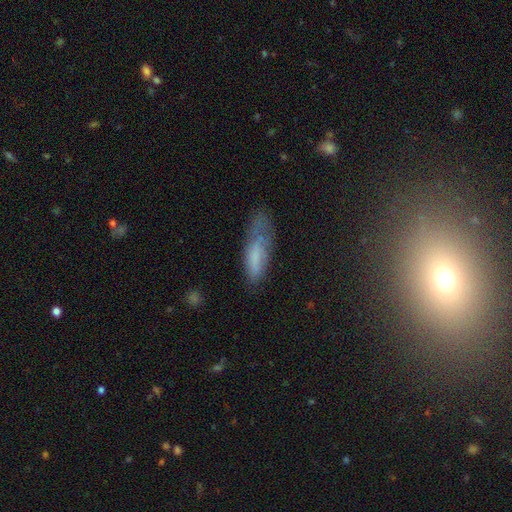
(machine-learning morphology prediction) A smooth galaxy with no disk features (65%) that is cigar-shaped (55%).

Vote fractions:
- Smooth or featured? smooth: 65% / featured or disk: 24% / star or artifact: 11%
- How rounded? cigar-shaped: 55% / in between: 44% / round: 2%
- Merging? none: 45% / minor disturbance: 33% / major disturbance: 19% / merger: 4%